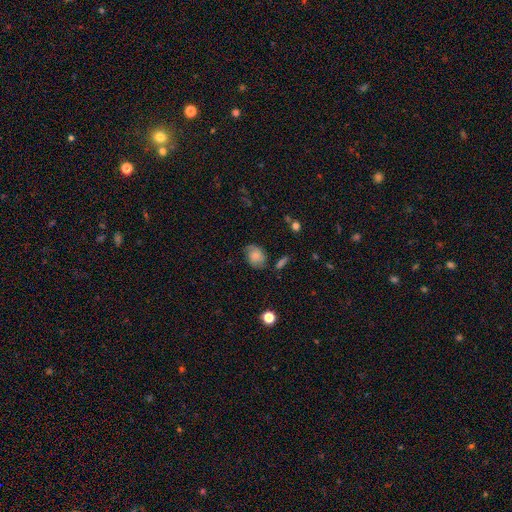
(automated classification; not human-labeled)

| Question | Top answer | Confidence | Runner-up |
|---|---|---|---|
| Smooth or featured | smooth | 61% | featured or disk (29%) |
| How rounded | in between | 68% | round (30%) |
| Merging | none | 63% | minor disturbance (26%) |